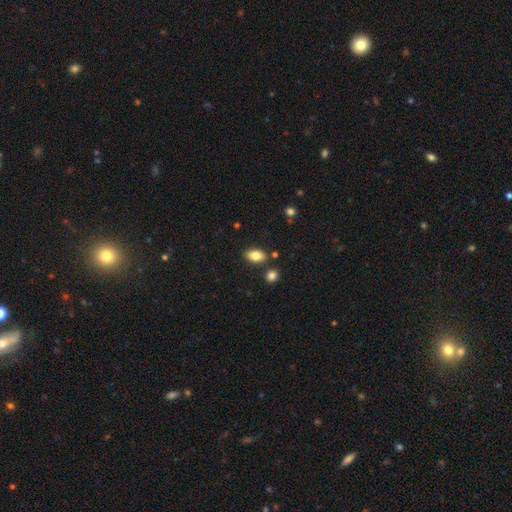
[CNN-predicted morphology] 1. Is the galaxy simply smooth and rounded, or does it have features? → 82% smooth, 9% featured or disk, 8% star or artifact.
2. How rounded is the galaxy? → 90% in between, 8% round, 2% cigar-shaped.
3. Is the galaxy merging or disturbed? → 82% none, 10% minor disturbance, 6% merger, 2% major disturbance.